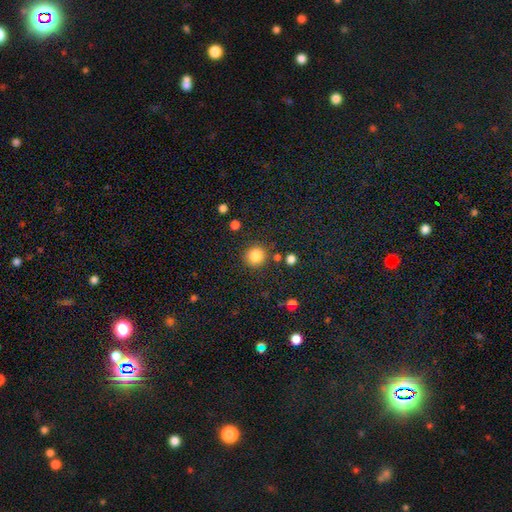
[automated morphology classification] A smooth galaxy with no disk features (85%) that is round (90%).

Vote fractions:
- Smooth or featured? smooth: 85% / star or artifact: 11% / featured or disk: 4%
- How rounded? round: 90% / in between: 9% / cigar-shaped: 1%
- Merging? none: 85% / minor disturbance: 8% / merger: 4% / major disturbance: 3%